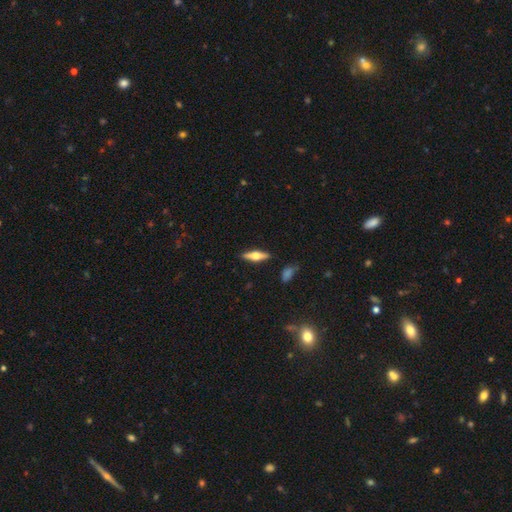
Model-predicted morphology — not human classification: Smooth or featured? featured or disk (57%)
Edge-on disk? yes (94%)
Edge-on bulge? rounded (94%)
Merging? none (88%)